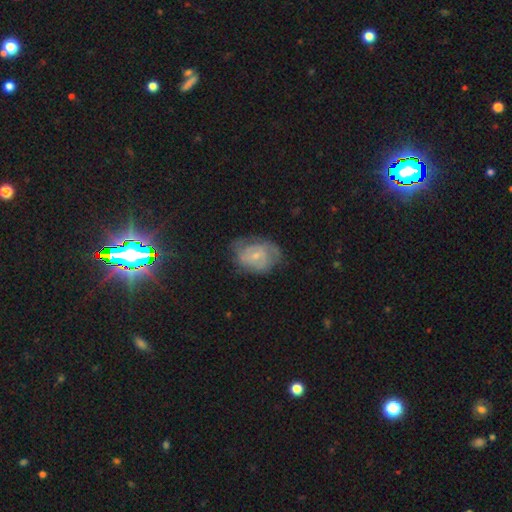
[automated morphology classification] A featured or disk galaxy (64%) with no bar (47%), 2 (40%) tight (48%) spiral arms (83%) and a small central bulge (64%). Merging: none (58%).